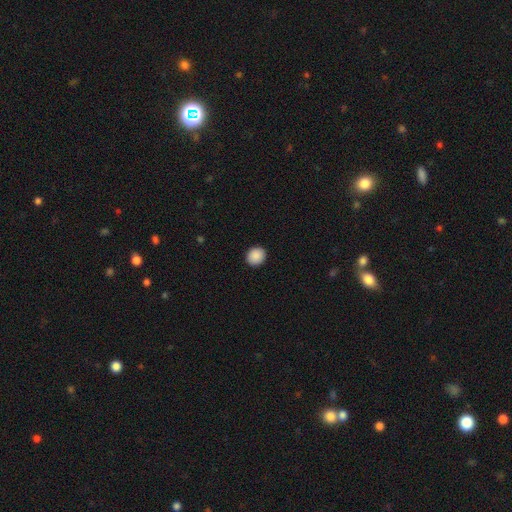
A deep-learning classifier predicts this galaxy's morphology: This is clearly a smooth galaxy (90%). How rounded: likely round (80%). Merging: clearly none (92%).